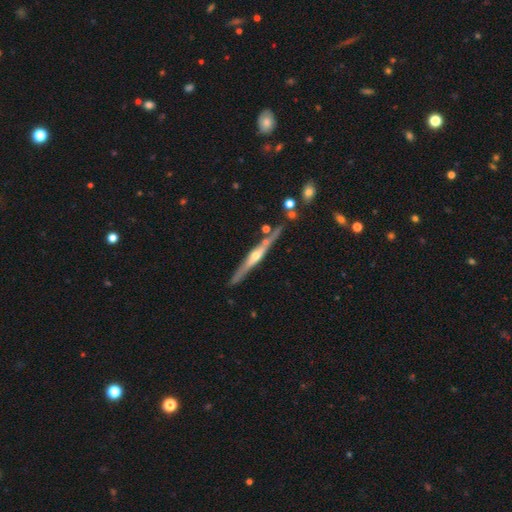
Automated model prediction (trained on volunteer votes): The model was most divided on "smooth or featured": featured or disk: 78%, smooth: 16%, star or artifact: 6%. More confident: edge-on disk — yes (97%); edge-on bulge — rounded (87%); merging — none (80%).